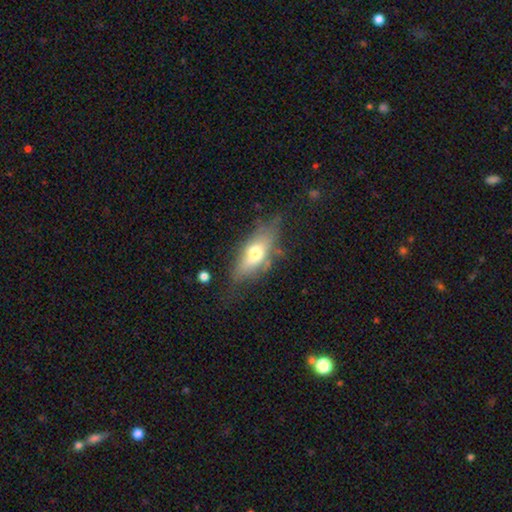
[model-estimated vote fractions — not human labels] A featured or disk galaxy (48%). Merging: none (76%).